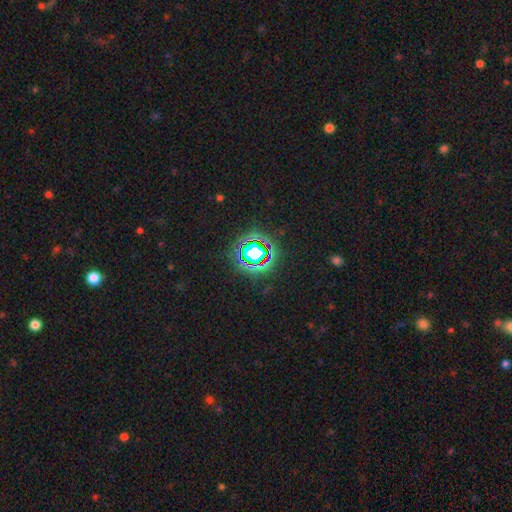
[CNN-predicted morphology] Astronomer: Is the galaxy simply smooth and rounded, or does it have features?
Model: star or artifact — 80%.